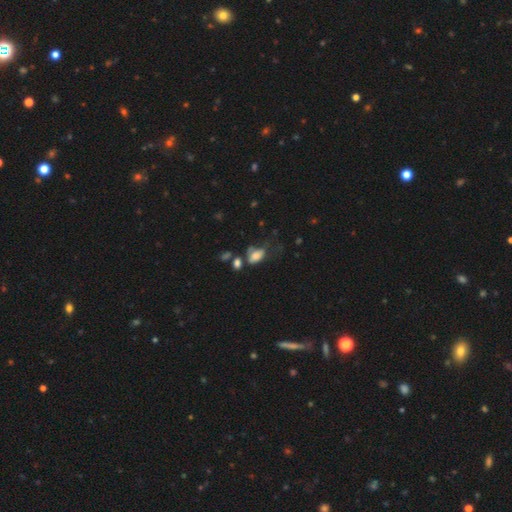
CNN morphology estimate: Smooth or featured? smooth (73%)
How rounded? in between (85%)
Merging? major disturbance (30%)